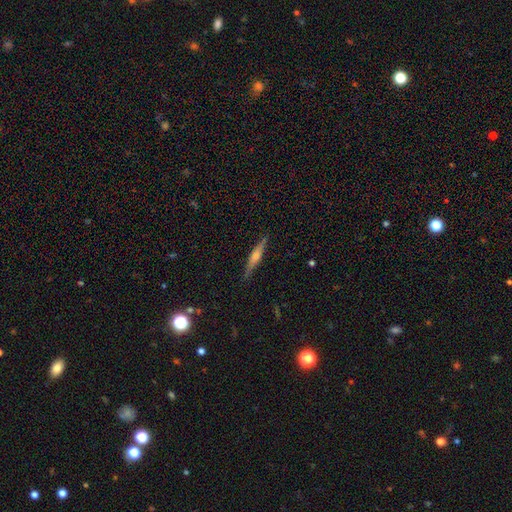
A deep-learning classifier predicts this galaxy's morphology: Overall: featured or disk (61%; smooth 32%). Edge-on disk: yes (97%). Edge-on bulge: rounded (66%). Merging: none (87%).